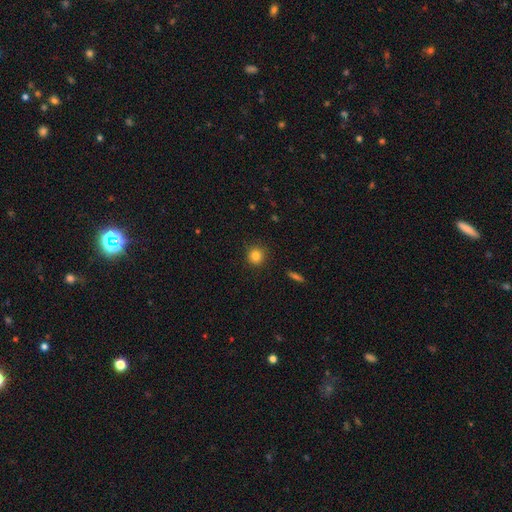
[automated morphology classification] smooth 83%, star or artifact 11%, featured or disk 6%. Down the decision tree: how rounded — round (93%); merging — none (90%).